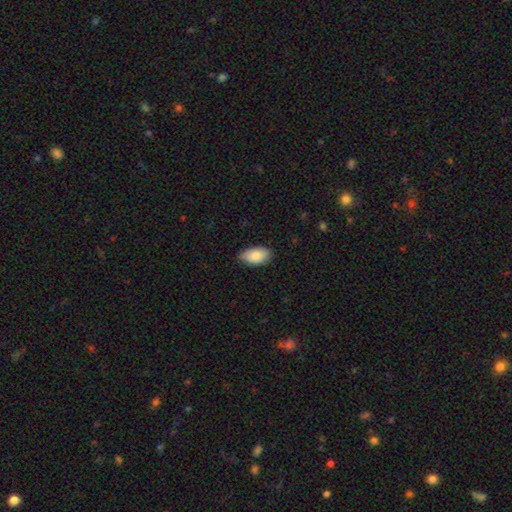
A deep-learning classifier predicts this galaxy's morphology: Smooth or featured? smooth (85%)
How rounded? in between (94%)
Merging? none (74%)